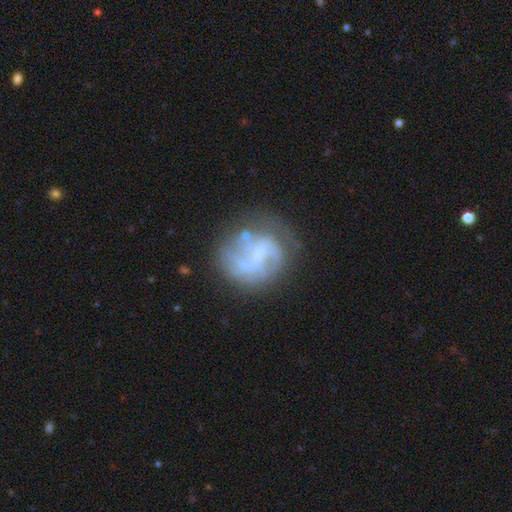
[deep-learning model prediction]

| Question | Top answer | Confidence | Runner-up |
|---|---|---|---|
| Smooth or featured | featured or disk | 71% | smooth (20%) |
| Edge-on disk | no | 98% | yes (2%) |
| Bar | weak | 46% | no (37%) |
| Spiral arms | yes | 72% | no (28%) |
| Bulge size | small | 45% | none (38%) |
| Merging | none | 56% | minor disturbance (21%) |